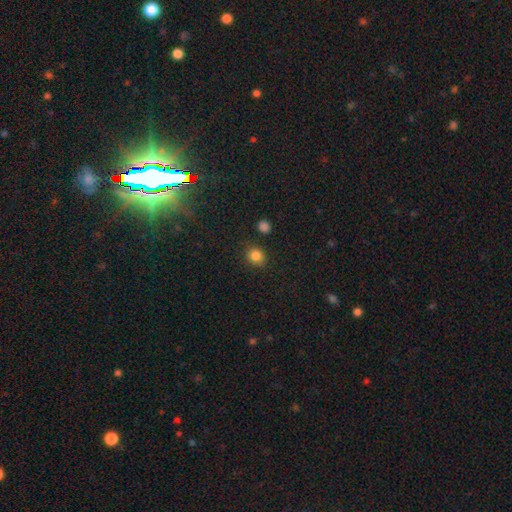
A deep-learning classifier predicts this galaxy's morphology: A smooth galaxy with no disk features (84%) that is round (75%). Merging: none (83%).